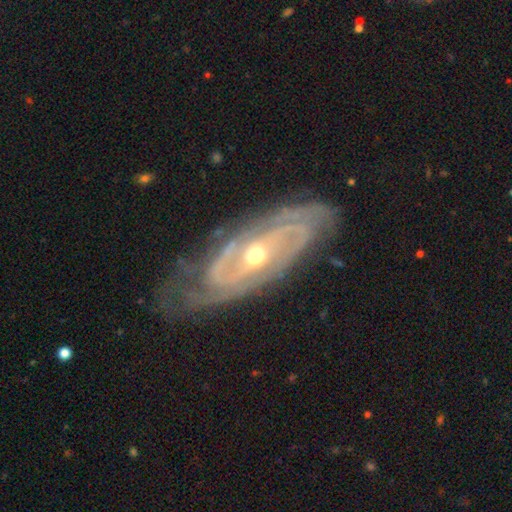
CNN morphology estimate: Q: Smooth or featured?
A: featured or disk (87%); runner-up: smooth (8%)
Q: Edge-on disk?
A: no (89%); runner-up: yes (11%)
Q: Bar?
A: no (64%); runner-up: weak (24%)
Q: Spiral arms?
A: yes (91%); runner-up: no (9%)
Q: Spiral winding?
A: tight (63%); runner-up: medium (27%)
Q: Spiral arm count?
A: 2 (46%); runner-up: can't tell (27%)
Q: Bulge size?
A: moderate (65%); runner-up: small (30%)
Q: Merging?
A: none (70%); runner-up: minor disturbance (20%)